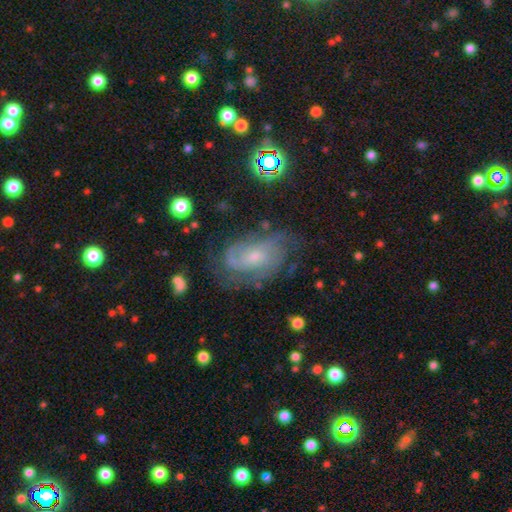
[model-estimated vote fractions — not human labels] Overall: featured or disk (78%). Edge-on disk: no (96%). Bar: no (63%; weak 32%). Spiral arms: yes (92%). Spiral arm count: can't tell (37%; 2 32%). Spiral winding: tight (46%; medium 39%). Bulge size: small (61%; moderate 32%). Merging: none (62%).